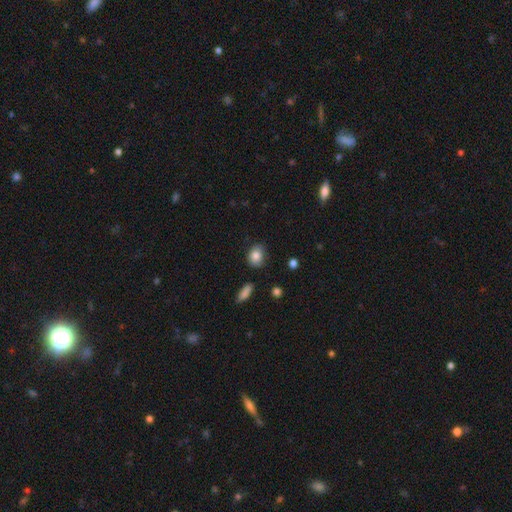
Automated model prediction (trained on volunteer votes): smooth_or_featured: smooth (p=0.84) [alt: star or artifact p=0.09]
how_rounded: in between (p=0.59) [alt: round p=0.40]
merging: none (p=0.78) [alt: minor disturbance p=0.17]